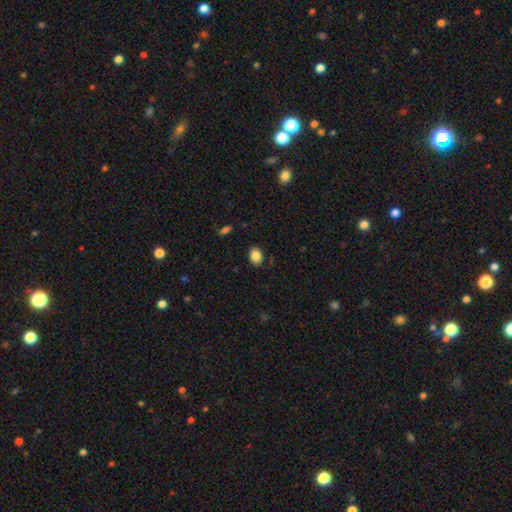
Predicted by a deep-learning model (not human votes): Smooth or featured? Predicted: smooth (p=0.86). How rounded? Predicted: in between (p=0.76). Merging? Predicted: none (p=0.84).